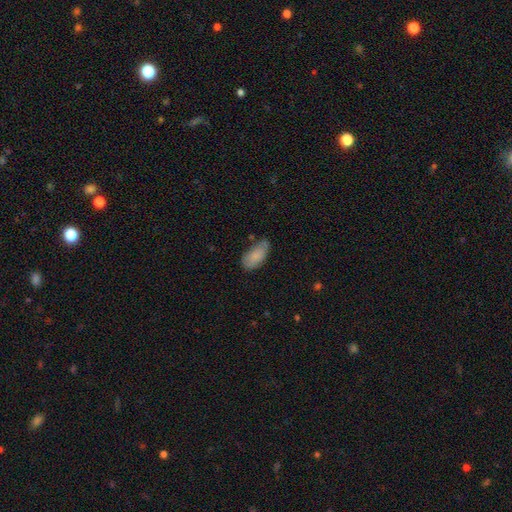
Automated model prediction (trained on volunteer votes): smooth 84%, featured or disk 9%, star or artifact 6%. Down the decision tree: how rounded — in between (91%); merging — none (64%).